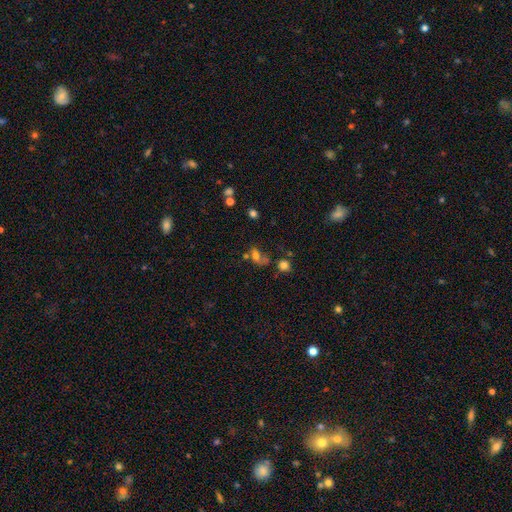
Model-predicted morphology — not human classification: Overall: smooth (60%; featured or disk 21%). How rounded: in between (69%). Merging: none (32%; merger 27%).